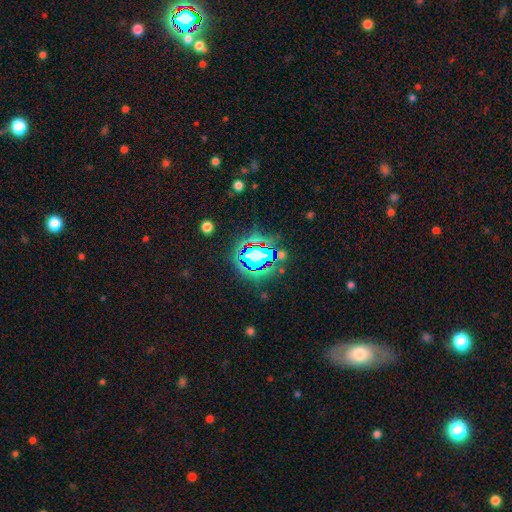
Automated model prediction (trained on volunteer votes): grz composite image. It shows a star or artifact, not a galaxy (57%).